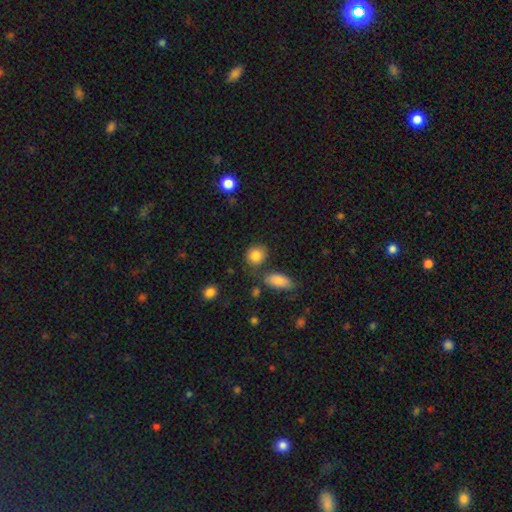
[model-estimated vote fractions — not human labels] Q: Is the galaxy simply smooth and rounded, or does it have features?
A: smooth — 86%.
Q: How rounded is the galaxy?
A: round — 70%.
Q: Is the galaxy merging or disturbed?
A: none — 72%.